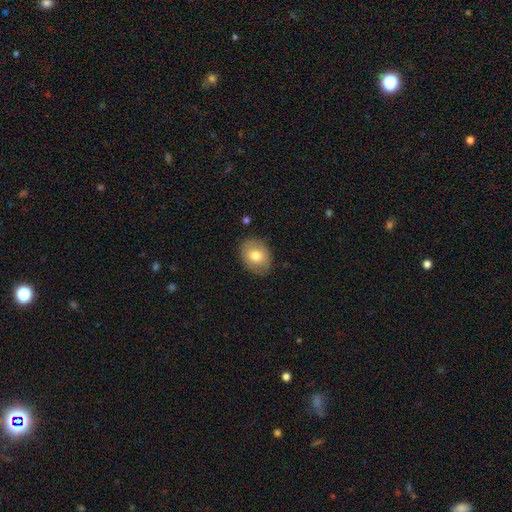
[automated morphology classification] This is likely a smooth galaxy (75%). How rounded: likely in between (64%). Merging: clearly none (84%).